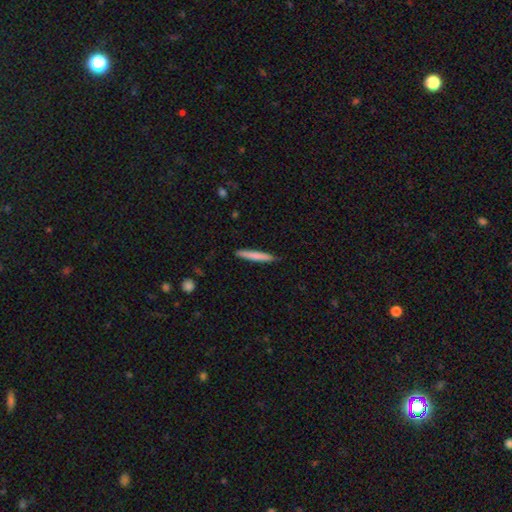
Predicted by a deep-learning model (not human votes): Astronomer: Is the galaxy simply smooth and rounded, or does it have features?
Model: smooth — 75%.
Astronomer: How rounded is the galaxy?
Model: cigar-shaped — 96%.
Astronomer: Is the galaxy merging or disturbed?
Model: none — 88%.